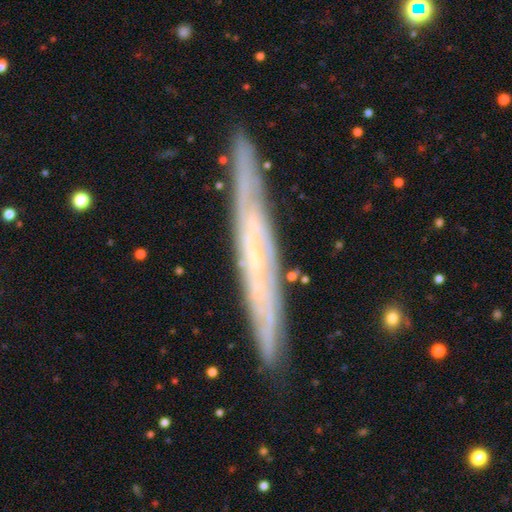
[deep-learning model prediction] Q: Smooth or featured?
A: featured or disk (72%); runner-up: smooth (21%)
Q: Edge-on disk?
A: yes (85%); runner-up: no (15%)
Q: Edge-on bulge?
A: none (78%); runner-up: rounded (18%)
Q: Merging?
A: none (87%); runner-up: minor disturbance (10%)